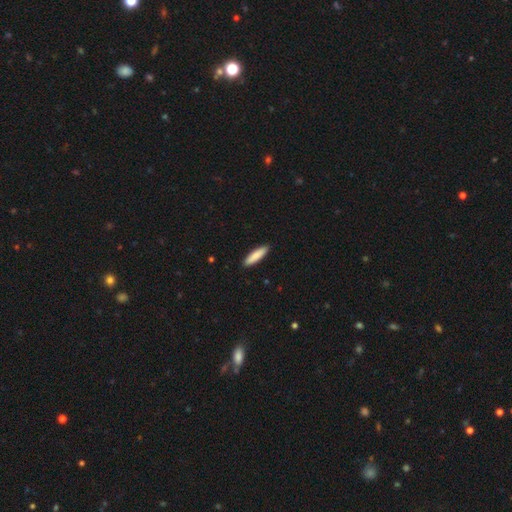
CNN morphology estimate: smooth-or-featured: smooth: 86% | featured or disk: 9% | star or artifact: 5%
  how-rounded: cigar-shaped: 73% | in between: 25% | round: 1%
  merging: none: 91% | minor disturbance: 7% | major disturbance: 1% | merger: 1%